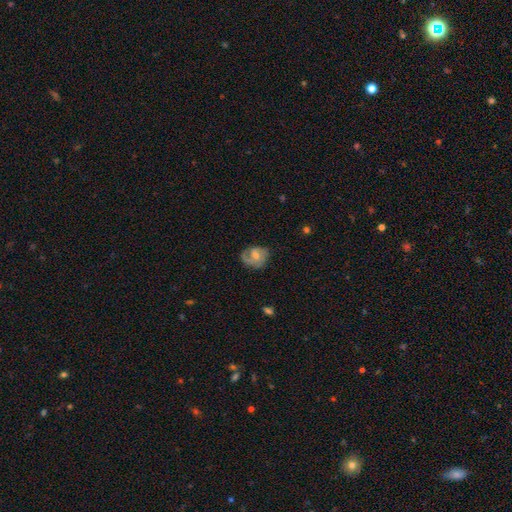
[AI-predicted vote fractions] featured or disk 67%, smooth 26%, star or artifact 7%. Down the decision tree: edge-on disk — no (97%); bar — no (52%); spiral arms — yes (89%); spiral arm count — 2 (60%); spiral winding — medium (45%); bulge size — moderate (50%); merging — none (62%).